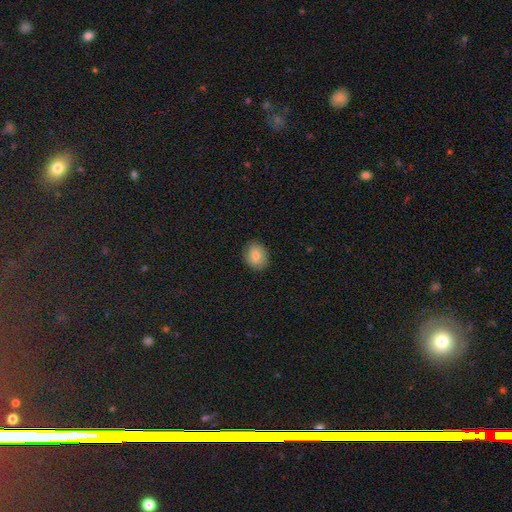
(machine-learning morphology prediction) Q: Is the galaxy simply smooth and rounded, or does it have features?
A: smooth — 72%.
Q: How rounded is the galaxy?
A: round — 62%.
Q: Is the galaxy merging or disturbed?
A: none — 86%.